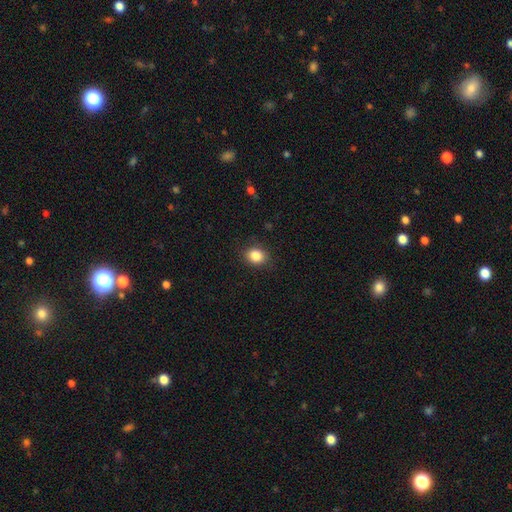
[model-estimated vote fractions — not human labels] Overall: smooth (85%). How rounded: round (57%; in between 42%). Merging: none (86%).